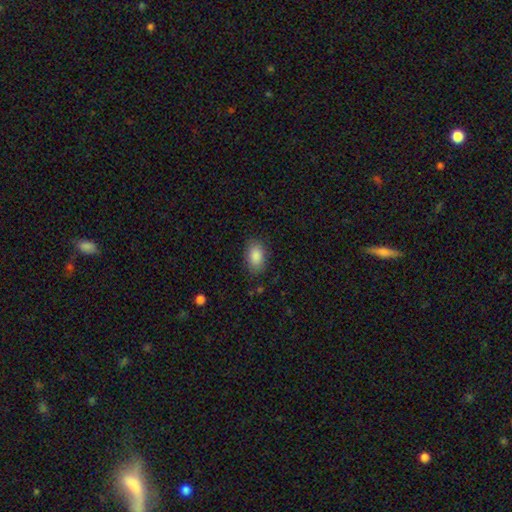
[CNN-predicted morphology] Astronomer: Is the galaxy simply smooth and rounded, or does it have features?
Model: smooth — 88%.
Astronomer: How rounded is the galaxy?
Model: in between — 91%.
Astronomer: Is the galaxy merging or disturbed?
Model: none — 84%.